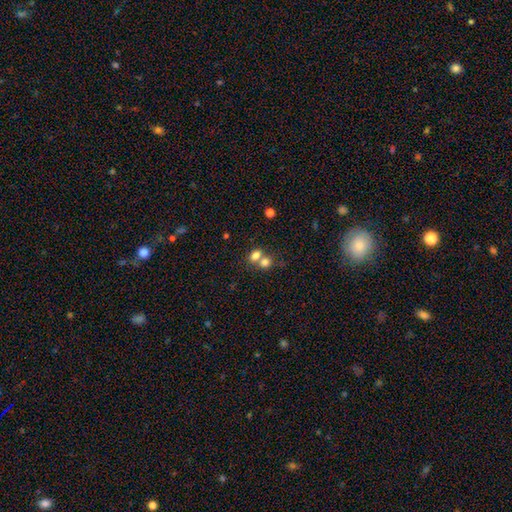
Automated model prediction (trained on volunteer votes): A smooth galaxy with no disk features (77%) that is in between round and cigar-shaped (50%). Merging: merger (57%).